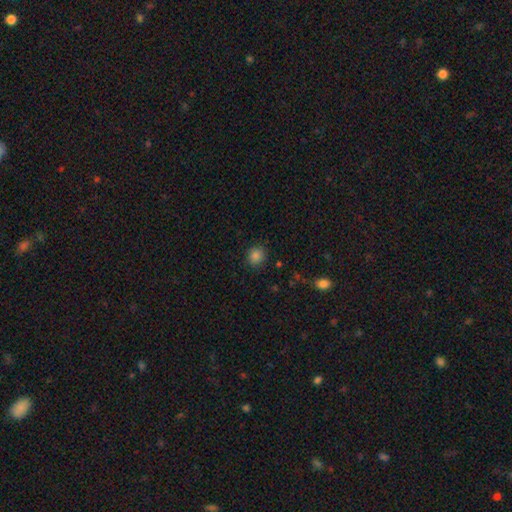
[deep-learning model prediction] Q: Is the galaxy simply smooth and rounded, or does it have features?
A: smooth — 85%.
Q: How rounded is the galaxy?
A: round — 85%.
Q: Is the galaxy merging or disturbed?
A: none — 88%.